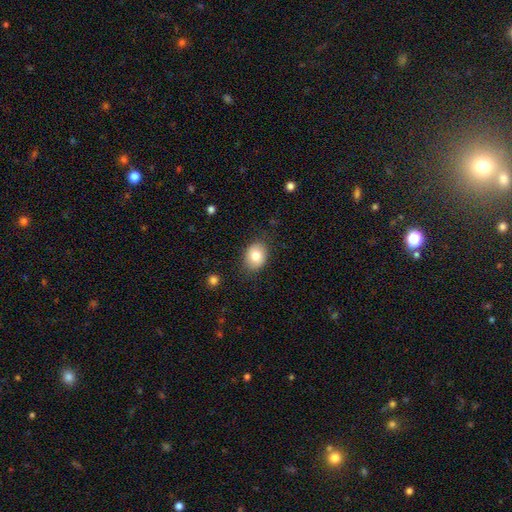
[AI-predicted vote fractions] smooth-or-featured: smooth: 82% | featured or disk: 10% | star or artifact: 8%
  how-rounded: in between: 60% | round: 39% | cigar-shaped: 1%
  merging: none: 82% | minor disturbance: 13% | major disturbance: 3% | merger: 1%